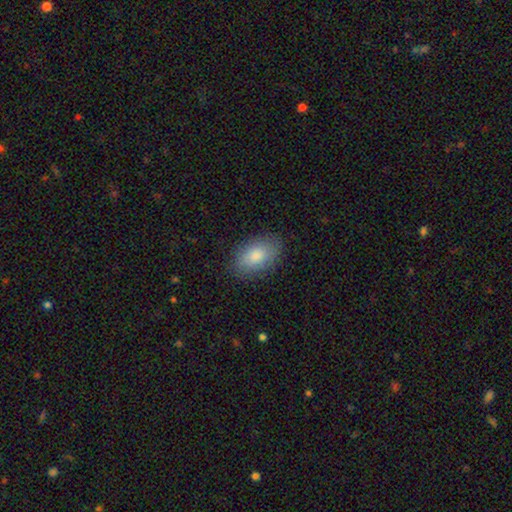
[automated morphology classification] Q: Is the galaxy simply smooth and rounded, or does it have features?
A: smooth — 84%.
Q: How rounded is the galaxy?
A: in between — 92%.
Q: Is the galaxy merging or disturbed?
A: none — 85%.